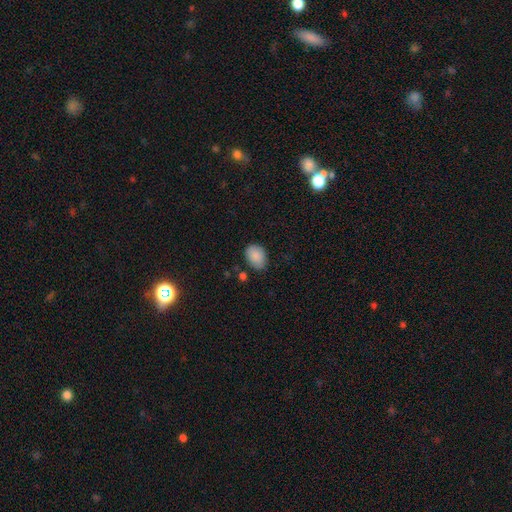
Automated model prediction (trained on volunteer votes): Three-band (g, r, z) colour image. It shows a smooth galaxy with no disk features (88%) that is in between round and cigar-shaped (71%). Merging: none (75%).